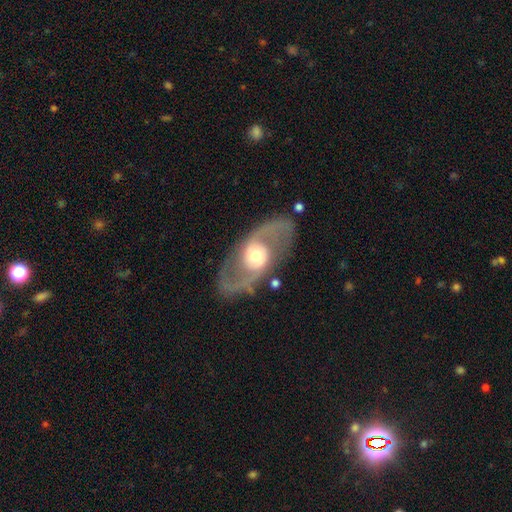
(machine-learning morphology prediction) Smooth or featured?
  - featured or disk: 83% *
  - smooth: 12%
  - star or artifact: 5%
Edge-on disk?
  - no: 94% *
  - yes: 6%
Bar?
  - no: 61% *
  - weak: 28%
  - strong: 11%
Spiral arms?
  - yes: 84% *
  - no: 16%
Spiral winding?
  - medium: 49% *
  - loose: 34%
  - tight: 16%
Spiral arm count?
  - 2: 91% *
  - can't tell: 4%
  - 1: 2%
  - 3: 1%
  - 4: 1%
  - more than 4: 1%
Bulge size?
  - moderate: 63% *
  - large: 23%
  - small: 10%
  - dominant: 2%
  - none: 1%
Merging?
  - none: 79% *
  - minor disturbance: 12%
  - major disturbance: 7%
  - merger: 2%